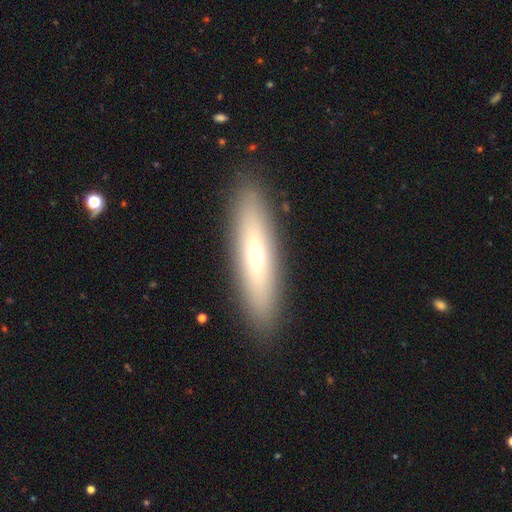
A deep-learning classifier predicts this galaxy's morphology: Q: Smooth or featured?
A: smooth (52%); runner-up: featured or disk (40%)
Q: How rounded?
A: cigar-shaped (76%); runner-up: in between (22%)
Q: Merging?
A: none (89%); runner-up: minor disturbance (7%)